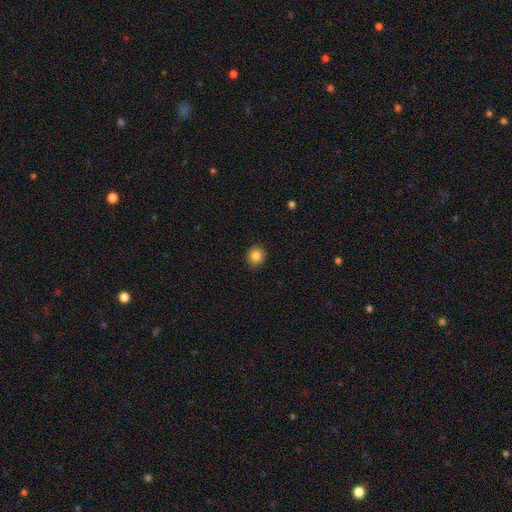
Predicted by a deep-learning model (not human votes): This is clearly a smooth galaxy (84%). How rounded: clearly round (86%). Merging: clearly none (91%).